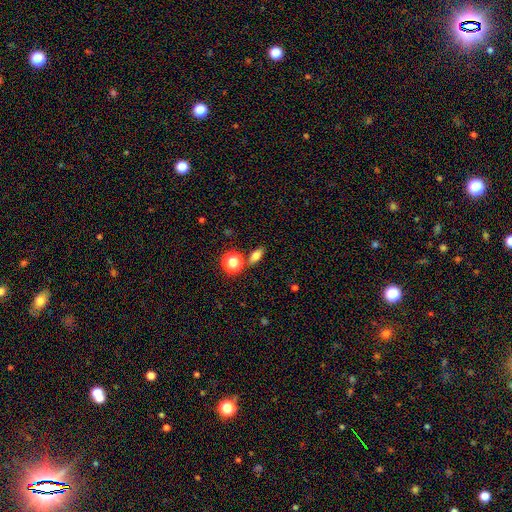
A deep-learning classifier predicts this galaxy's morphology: The model was most divided on "how rounded": in between: 67%, round: 19%, cigar-shaped: 14%. More confident: merging — none (81%); smooth or featured — smooth (72%).